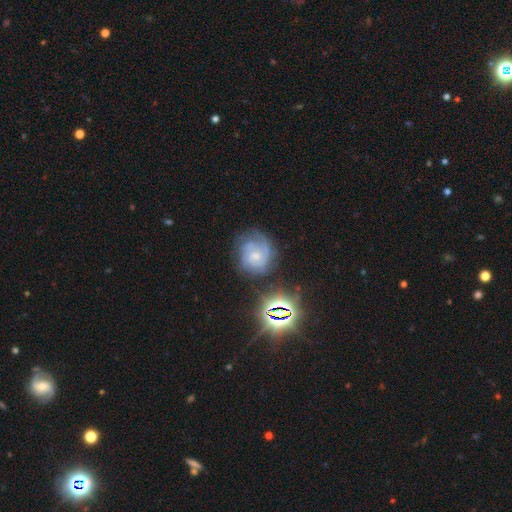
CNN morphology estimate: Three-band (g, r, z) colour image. It shows a featured or disk galaxy (75%) with no bar (61%), 2 (31%) tight (61%) spiral arms (94%) and a small central bulge (55%). Merging: none (63%).